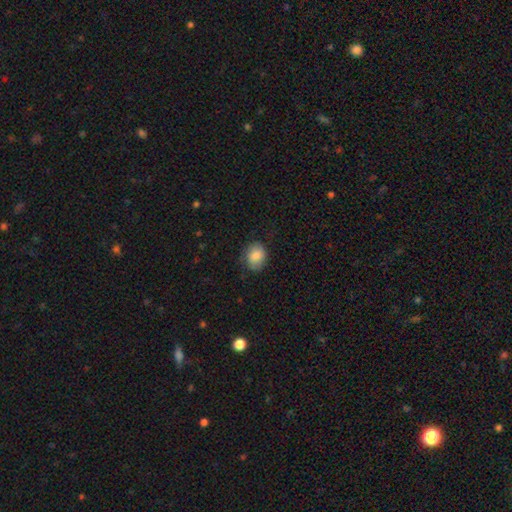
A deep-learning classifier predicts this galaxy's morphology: smooth-or-featured: smooth: 83% | featured or disk: 9% | star or artifact: 8%
  how-rounded: round: 50% | in between: 49% | cigar-shaped: 1%
  merging: none: 72% | minor disturbance: 21% | major disturbance: 6% | merger: 1%